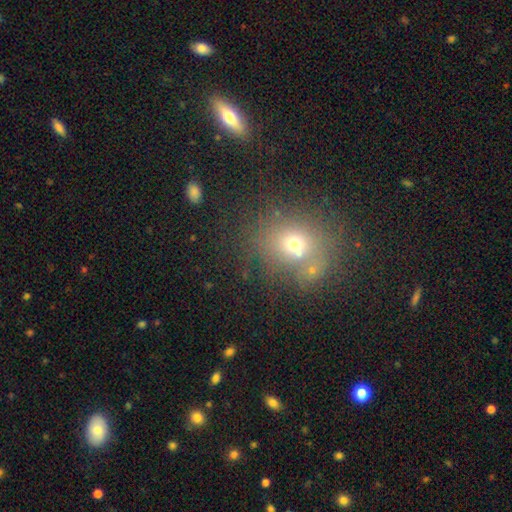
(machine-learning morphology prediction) This is possibly a smooth galaxy (58%). How rounded: likely round (70%). Merging: likely none (72%).